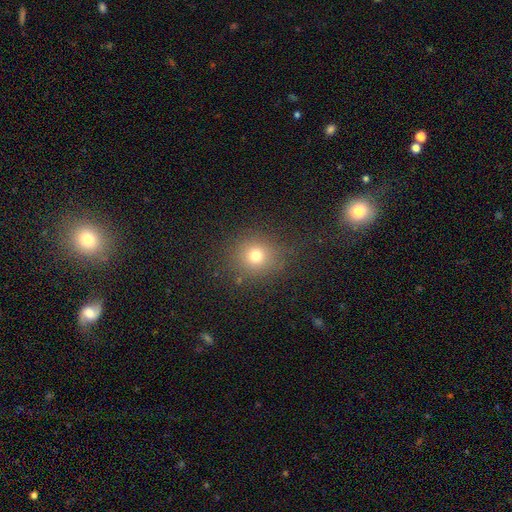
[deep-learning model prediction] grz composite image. It shows a smooth galaxy with no disk features (72%) that is round (85%). Merging: none (82%).